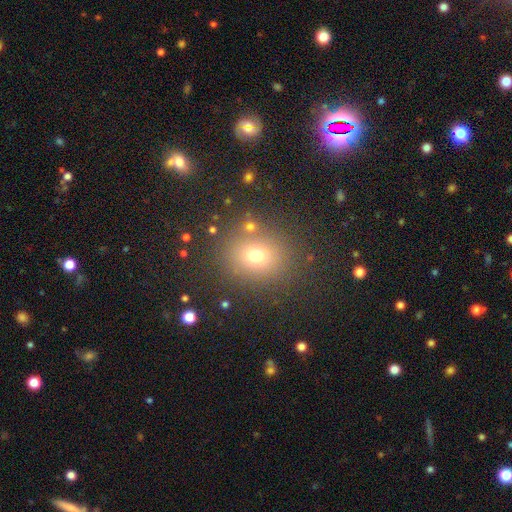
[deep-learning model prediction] This appears to be a smooth galaxy with no disk features (71%) that is round (71%). Merging: none (83%).